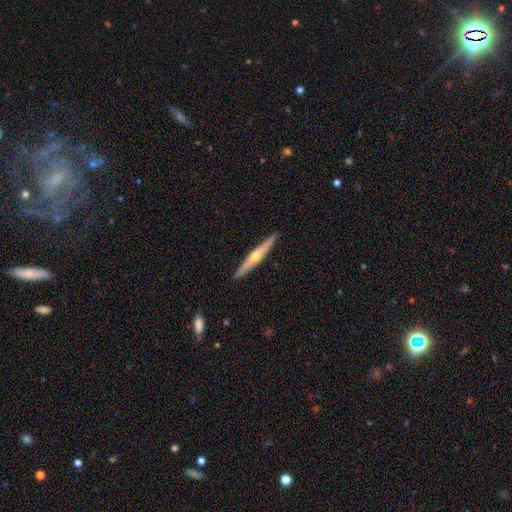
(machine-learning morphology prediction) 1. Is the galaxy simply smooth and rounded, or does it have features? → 66% featured or disk, 29% smooth, 5% star or artifact.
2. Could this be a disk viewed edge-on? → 96% yes, 4% no.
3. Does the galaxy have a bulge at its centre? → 86% rounded, 11% none, 2% boxy.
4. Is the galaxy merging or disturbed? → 91% none, 7% minor disturbance, 1% major disturbance, 1% merger.